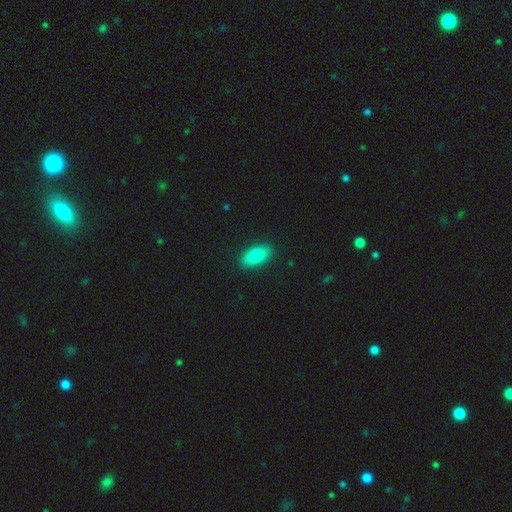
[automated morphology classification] Smooth or featured? smooth (88%)
How rounded? in between (91%)
Merging? none (89%)